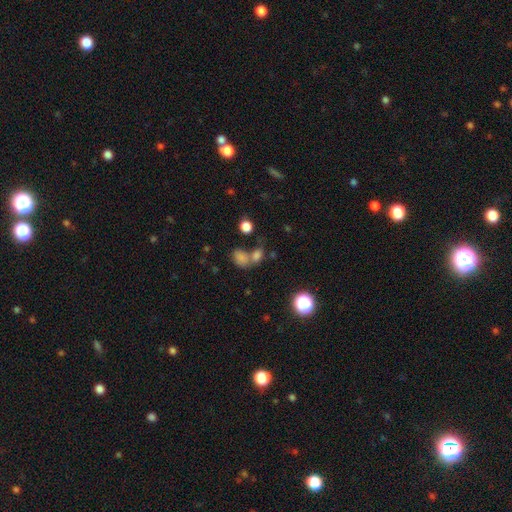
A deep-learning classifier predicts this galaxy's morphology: smooth-or-featured: smooth: 71% | star or artifact: 20% | featured or disk: 9%
  how-rounded: in between: 59% | round: 38% | cigar-shaped: 2%
  merging: merger: 50% | none: 36% | minor disturbance: 9% | major disturbance: 5%